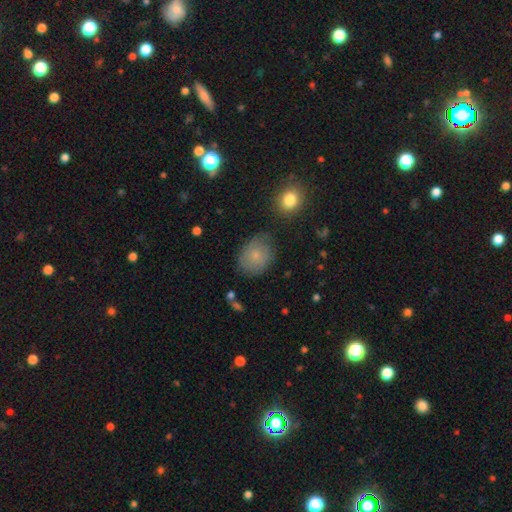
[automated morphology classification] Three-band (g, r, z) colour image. It shows a smooth galaxy with no disk features (71%) that is in between round and cigar-shaped (50%). Merging: none (65%).